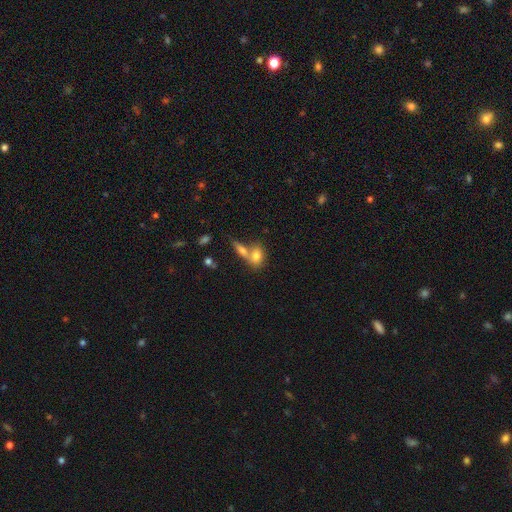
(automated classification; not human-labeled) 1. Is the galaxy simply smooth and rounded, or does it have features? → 76% smooth, 15% featured or disk, 9% star or artifact.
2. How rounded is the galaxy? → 76% in between, 18% round, 6% cigar-shaped.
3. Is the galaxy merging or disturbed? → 53% merger, 34% none, 9% minor disturbance, 4% major disturbance.